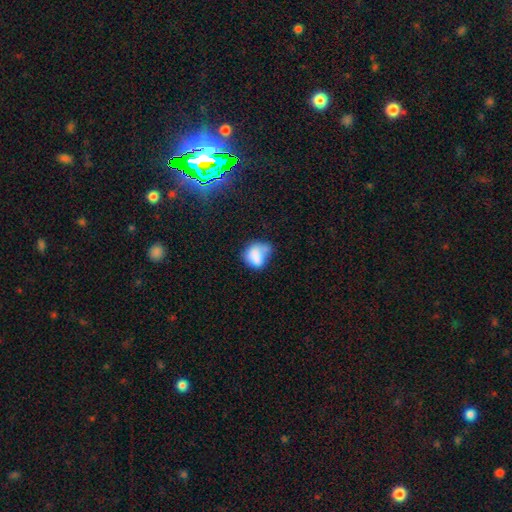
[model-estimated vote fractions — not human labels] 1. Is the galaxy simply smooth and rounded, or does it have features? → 76% smooth, 14% featured or disk, 10% star or artifact.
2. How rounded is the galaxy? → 52% in between, 47% round, 1% cigar-shaped.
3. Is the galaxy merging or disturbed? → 32% none, 31% minor disturbance, 19% merger, 18% major disturbance.